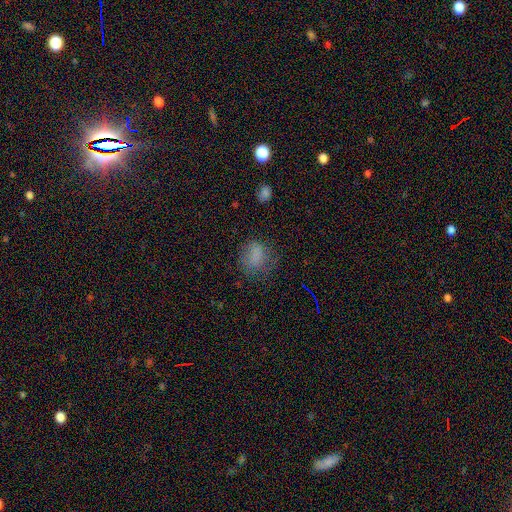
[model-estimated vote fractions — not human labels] Smooth or featured?
  - smooth: 75% *
  - star or artifact: 14%
  - featured or disk: 11%
How rounded?
  - round: 53% *
  - in between: 46%
  - cigar-shaped: 2%
Merging?
  - none: 60% *
  - minor disturbance: 24%
  - major disturbance: 14%
  - merger: 2%